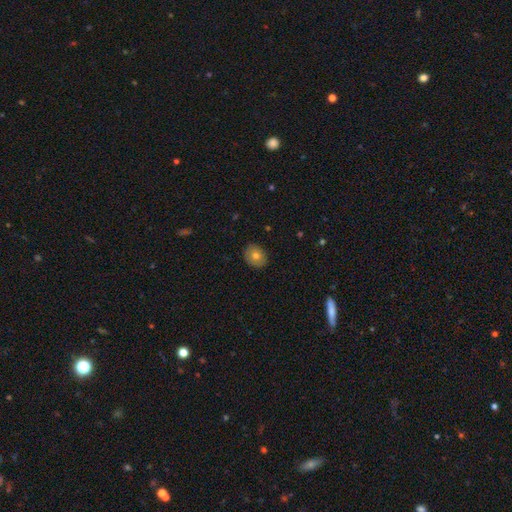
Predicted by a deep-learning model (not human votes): smooth 75%, featured or disk 17%, star or artifact 9%. Down the decision tree: how rounded — round (57%); merging — none (88%).